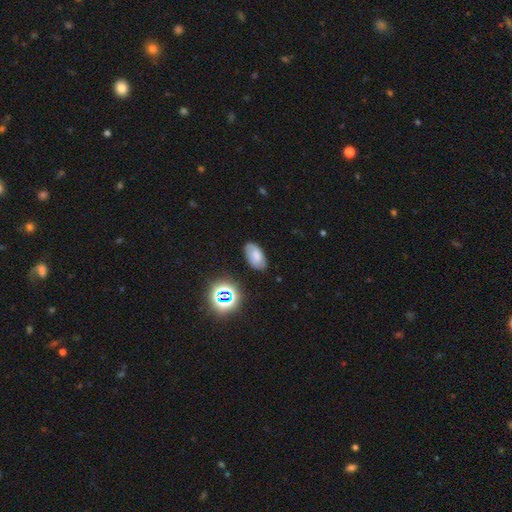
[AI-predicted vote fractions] Smooth or featured? Predicted: smooth (p=0.66). How rounded? Predicted: in between (p=0.93). Merging? Predicted: none (p=0.81).